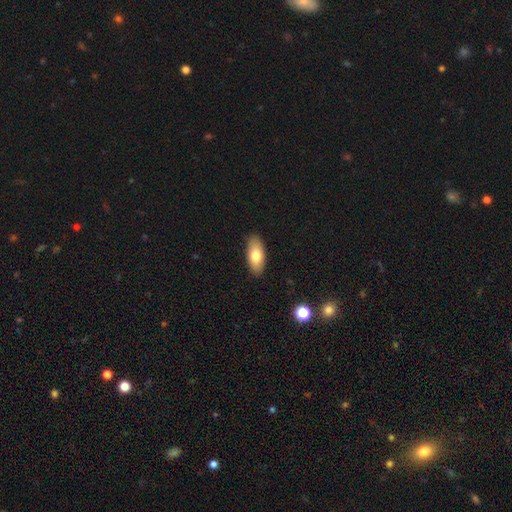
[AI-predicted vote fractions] smooth_or_featured: smooth (p=0.76) [alt: featured or disk p=0.18]
how_rounded: in between (p=0.87) [alt: cigar-shaped p=0.10]
merging: none (p=0.89) [alt: minor disturbance p=0.08]